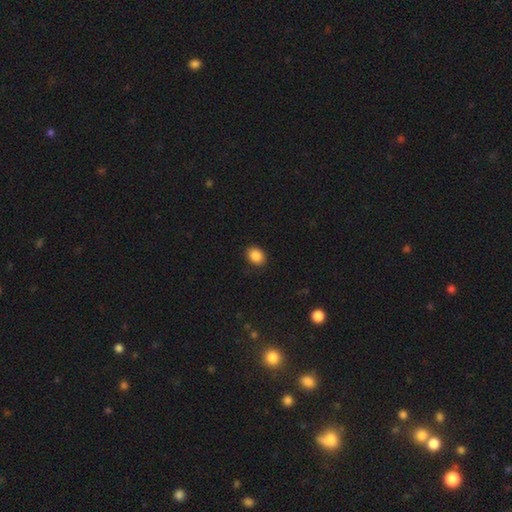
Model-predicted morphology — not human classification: type=smooth (88%); roundness=in between (59%); merging=none (87%).